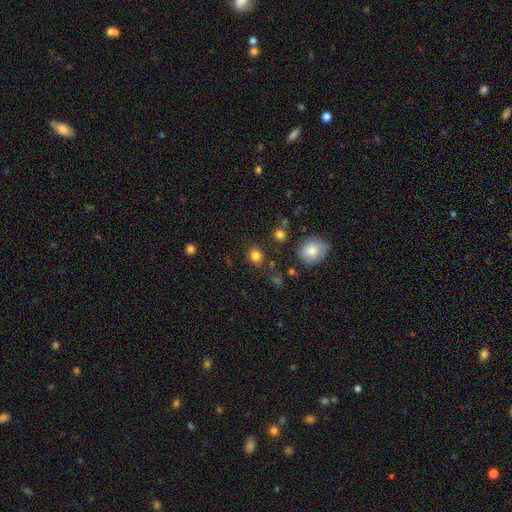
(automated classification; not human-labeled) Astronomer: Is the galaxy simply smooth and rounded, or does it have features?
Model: smooth — 83%.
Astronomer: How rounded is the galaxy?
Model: round — 83%.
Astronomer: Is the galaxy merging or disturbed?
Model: none — 86%.